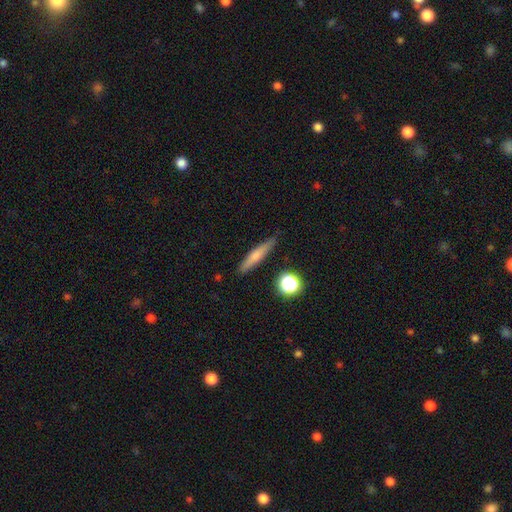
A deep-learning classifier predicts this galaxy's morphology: A smooth galaxy with no disk features (62%) that is cigar-shaped (86%).

Vote fractions:
- Smooth or featured? smooth: 62% / featured or disk: 29% / star or artifact: 9%
- How rounded? cigar-shaped: 86% / in between: 11% / round: 3%
- Merging? none: 85% / minor disturbance: 11% / major disturbance: 2% / merger: 2%